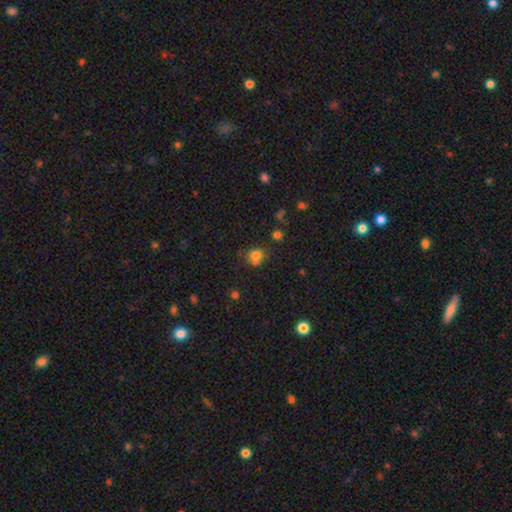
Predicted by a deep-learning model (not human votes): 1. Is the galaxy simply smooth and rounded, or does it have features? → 74% smooth, 16% star or artifact, 10% featured or disk.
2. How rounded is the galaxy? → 70% round, 29% in between, 1% cigar-shaped.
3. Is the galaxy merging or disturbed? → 51% none, 23% merger, 18% minor disturbance, 7% major disturbance.